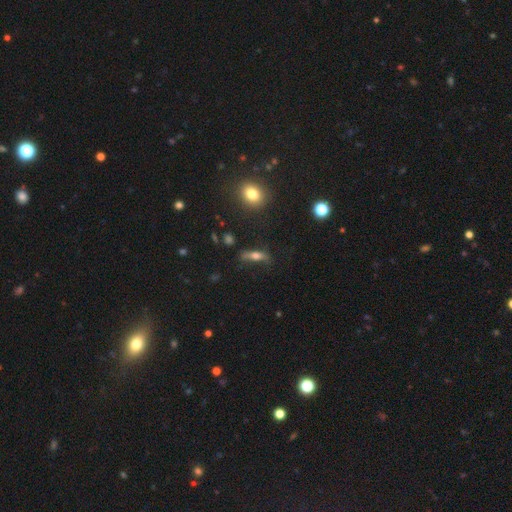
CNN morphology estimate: Overall: smooth (50%; featured or disk 38%). How rounded: cigar-shaped (61%; in between 32%). Merging: none (67%).